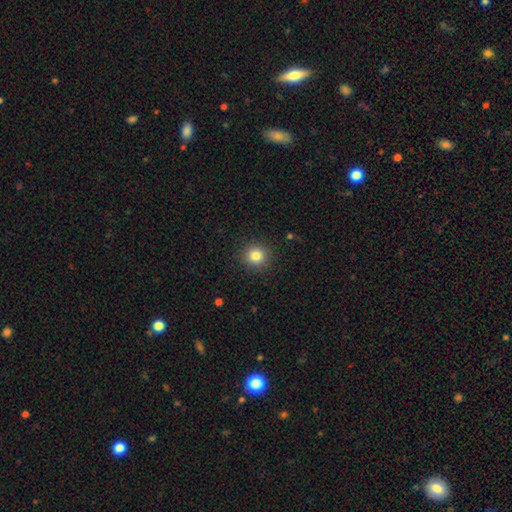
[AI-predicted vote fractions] Q: Smooth or featured?
A: smooth (83%); runner-up: star or artifact (11%)
Q: How rounded?
A: round (93%); runner-up: in between (6%)
Q: Merging?
A: none (90%); runner-up: minor disturbance (6%)